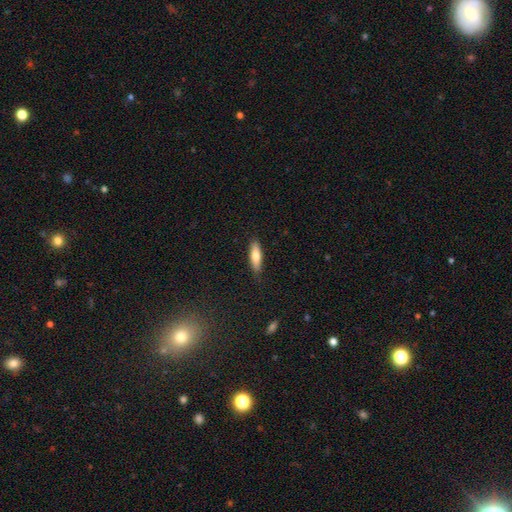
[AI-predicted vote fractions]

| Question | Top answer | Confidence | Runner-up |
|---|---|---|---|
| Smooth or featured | smooth | 75% | featured or disk (19%) |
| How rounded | cigar-shaped | 56% | in between (42%) |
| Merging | none | 85% | minor disturbance (12%) |